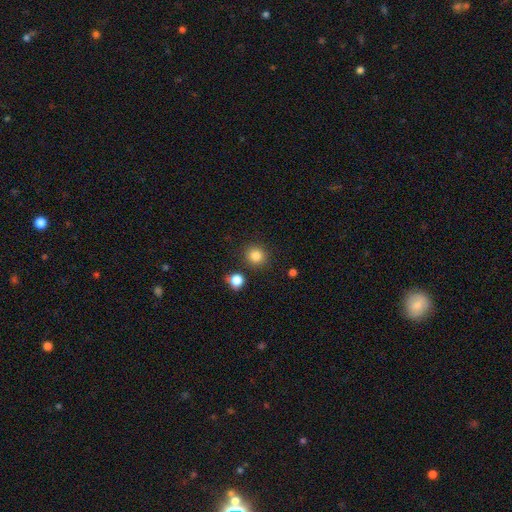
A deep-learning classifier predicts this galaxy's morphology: Overall: smooth (84%). How rounded: round (88%). Merging: none (85%).